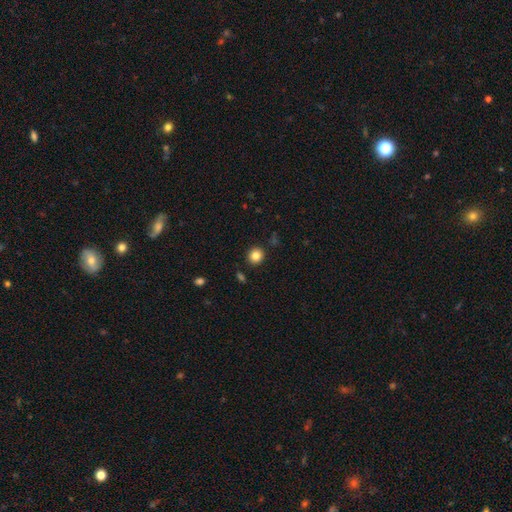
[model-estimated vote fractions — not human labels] A smooth galaxy with no disk features (84%) that is round (84%). Merging: none (90%).